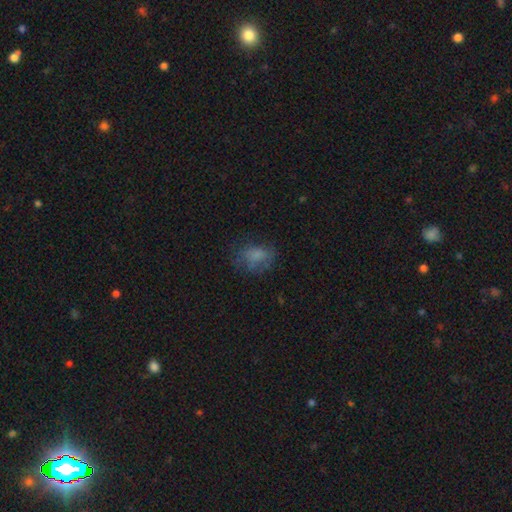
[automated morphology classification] A smooth galaxy with no disk features (62%) that is in between round and cigar-shaped (62%). Merging: none (54%).